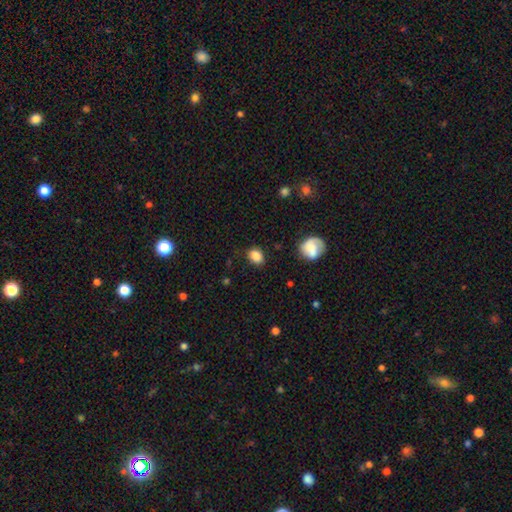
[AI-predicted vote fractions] Morphology: type=smooth (86%); roundness=in between (58%); merging=none (77%).